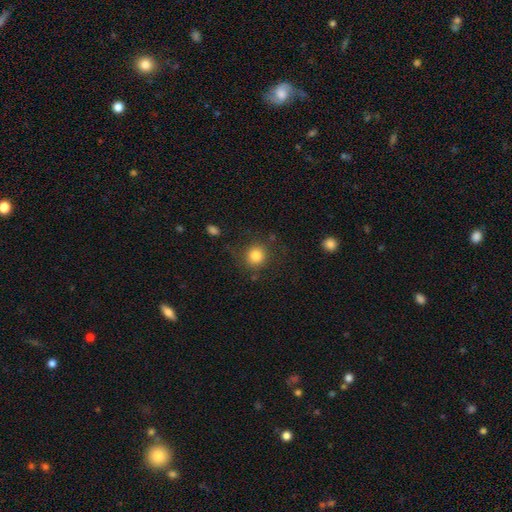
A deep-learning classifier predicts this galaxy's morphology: smooth 82%, star or artifact 11%, featured or disk 7%. Down the decision tree: how rounded — round (91%); merging — none (82%).